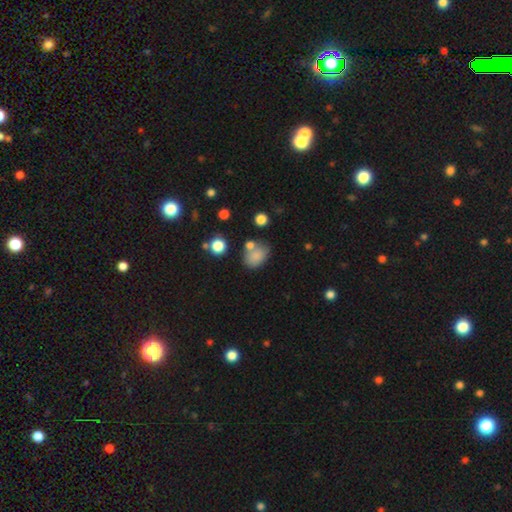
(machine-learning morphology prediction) smooth 80%, star or artifact 11%, featured or disk 9%. Down the decision tree: how rounded — in between (67%); merging — none (57%).